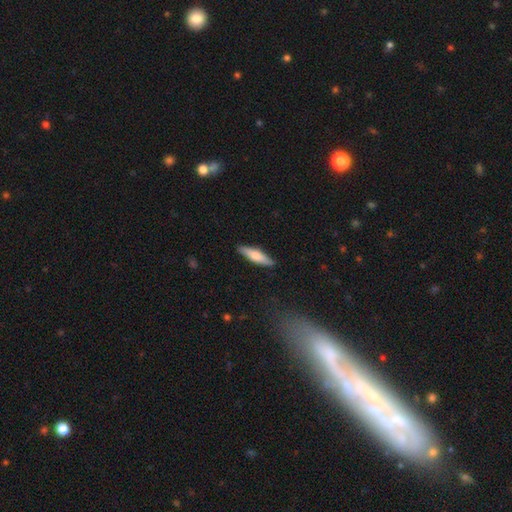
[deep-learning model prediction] Smooth or featured? smooth (65%)
How rounded? cigar-shaped (72%)
Merging? none (89%)